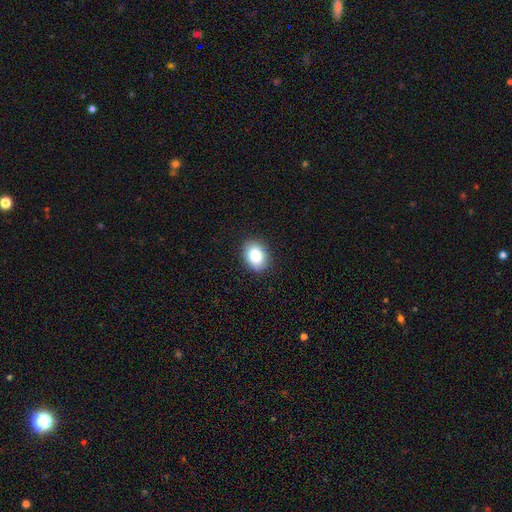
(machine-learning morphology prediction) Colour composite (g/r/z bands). It shows a smooth galaxy with no disk features (84%) that is in between round and cigar-shaped (70%). Merging: none (89%).